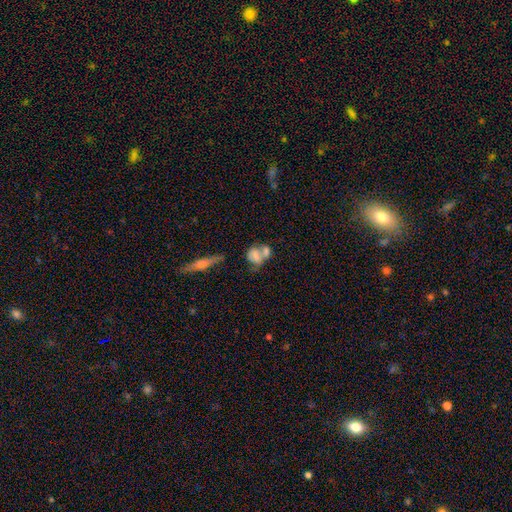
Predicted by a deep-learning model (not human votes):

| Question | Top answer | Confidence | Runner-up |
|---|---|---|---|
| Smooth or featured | smooth | 61% | featured or disk (30%) |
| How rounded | in between | 62% | round (35%) |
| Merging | merger | 56% | none (23%) |